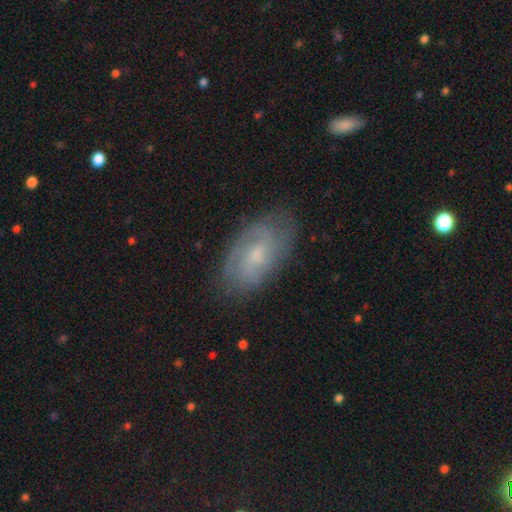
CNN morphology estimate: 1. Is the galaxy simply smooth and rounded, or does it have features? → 71% featured or disk, 22% smooth, 7% star or artifact.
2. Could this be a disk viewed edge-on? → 95% no, 5% yes.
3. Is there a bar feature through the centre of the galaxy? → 52% no, 42% weak, 6% strong.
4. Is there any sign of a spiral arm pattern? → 90% yes, 10% no.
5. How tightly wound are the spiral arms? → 48% tight, 39% medium, 13% loose.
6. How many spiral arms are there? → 43% 2, 33% can't tell, 12% 3, 4% 1, 4% 4, 3% more than 4.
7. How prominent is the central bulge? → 51% small, 38% moderate, 8% none, 2% large, 1% dominant.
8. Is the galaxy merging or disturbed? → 76% none, 17% minor disturbance, 5% major disturbance, 1% merger.